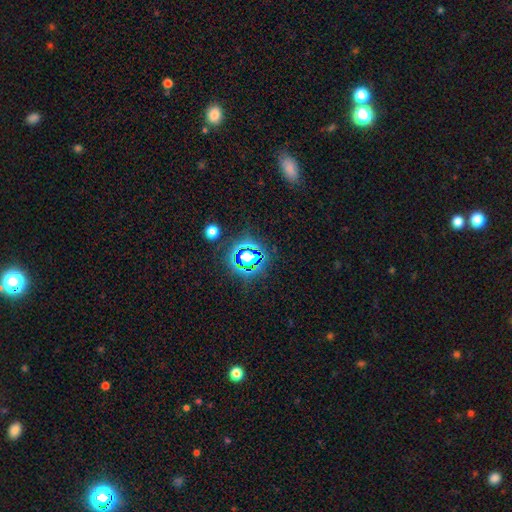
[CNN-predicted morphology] This appears to be a star or artifact, not a galaxy (68%).